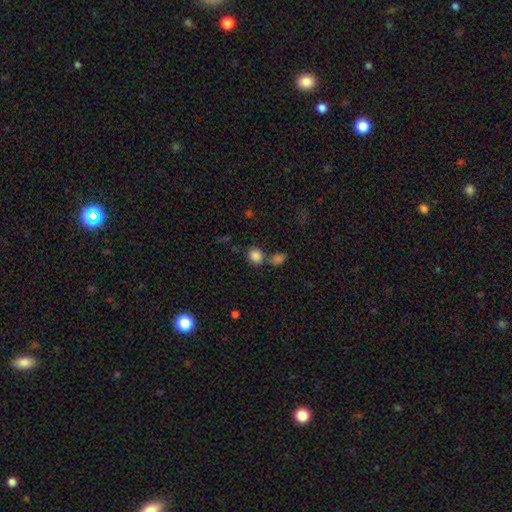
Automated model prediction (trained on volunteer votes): smooth-or-featured: smooth: 84% | star or artifact: 11% | featured or disk: 5%
  how-rounded: round: 73% | in between: 26% | cigar-shaped: 1%
  merging: none: 62% | merger: 23% | minor disturbance: 11% | major disturbance: 4%